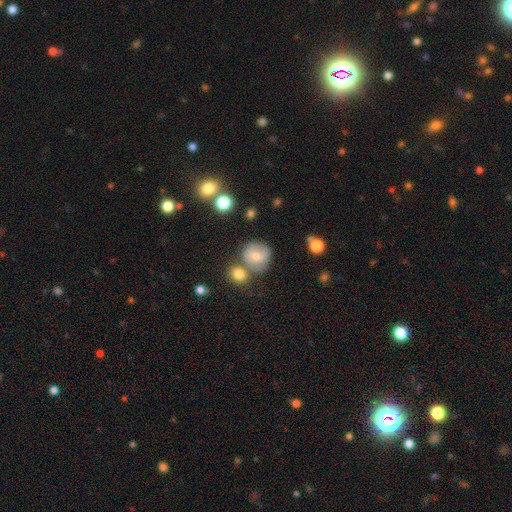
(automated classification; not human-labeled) Smooth or featured? Predicted: smooth (p=0.69). How rounded? Predicted: round (p=0.88). Merging? Predicted: none (p=0.57).